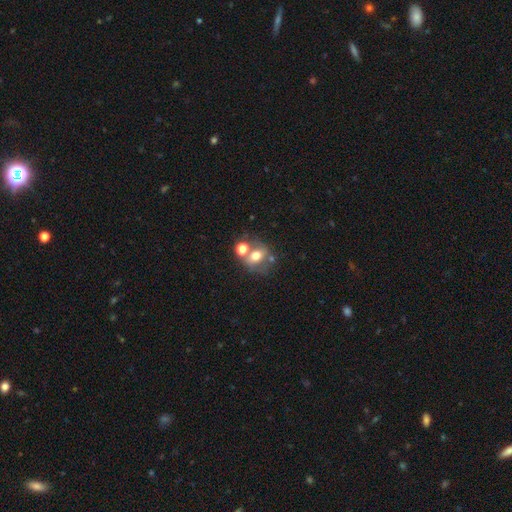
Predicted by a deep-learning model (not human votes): Smooth or featured? Predicted: smooth (p=0.60). How rounded? Predicted: round (p=0.53). Merging? Predicted: none (p=0.50).